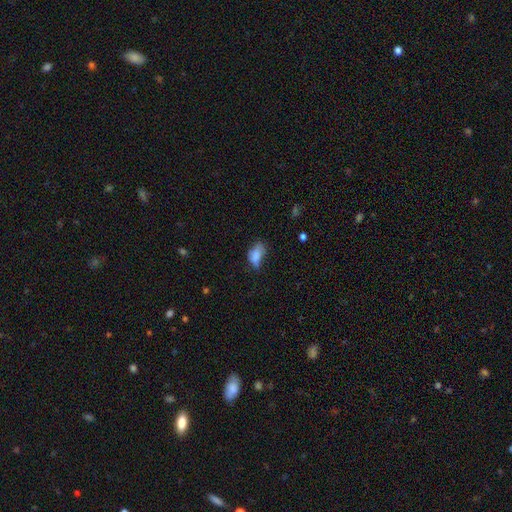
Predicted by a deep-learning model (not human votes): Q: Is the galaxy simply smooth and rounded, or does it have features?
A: smooth — 77%.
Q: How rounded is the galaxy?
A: in between — 89%.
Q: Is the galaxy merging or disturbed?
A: minor disturbance — 39%.